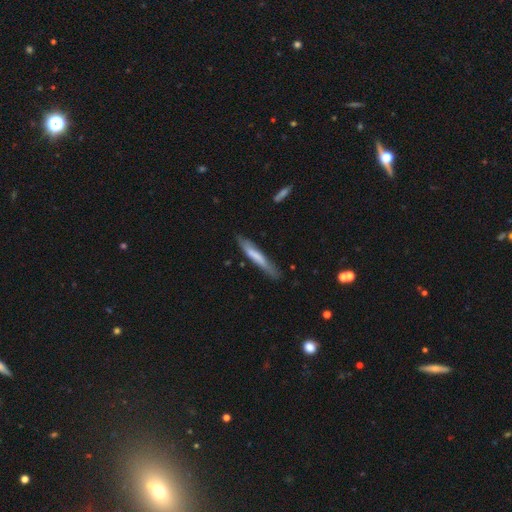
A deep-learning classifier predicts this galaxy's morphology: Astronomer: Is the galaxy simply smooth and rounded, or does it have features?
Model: smooth — 60%.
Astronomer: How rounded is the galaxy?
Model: cigar-shaped — 92%.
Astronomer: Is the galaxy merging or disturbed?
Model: none — 72%.